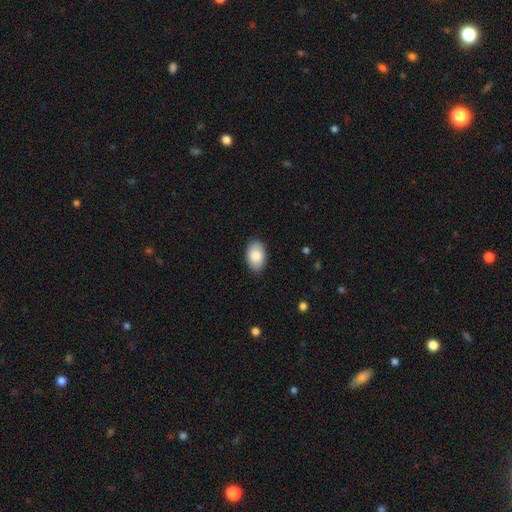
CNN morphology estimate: Smooth or featured? smooth (87%)
How rounded? in between (91%)
Merging? none (86%)